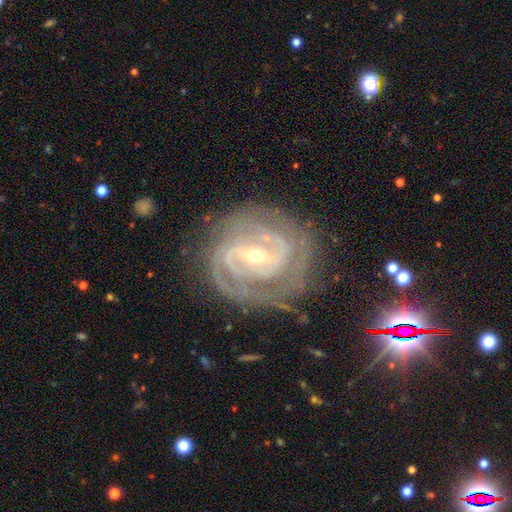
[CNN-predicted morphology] Smooth or featured?
  - featured or disk: 89% *
  - star or artifact: 6%
  - smooth: 5%
Edge-on disk?
  - no: 96% *
  - yes: 4%
Bar?
  - strong: 44% *
  - weak: 39%
  - no: 18%
Spiral arms?
  - yes: 97% *
  - no: 3%
Spiral winding?
  - tight: 66% *
  - medium: 29%
  - loose: 5%
Spiral arm count?
  - 2: 44% *
  - 3: 22%
  - can't tell: 17%
  - 4: 8%
  - more than 4: 5%
  - 1: 4%
Bulge size?
  - small: 62% *
  - moderate: 35%
  - large: 2%
  - none: 1%
  - dominant: 1%
Merging?
  - none: 73% *
  - minor disturbance: 17%
  - major disturbance: 8%
  - merger: 2%